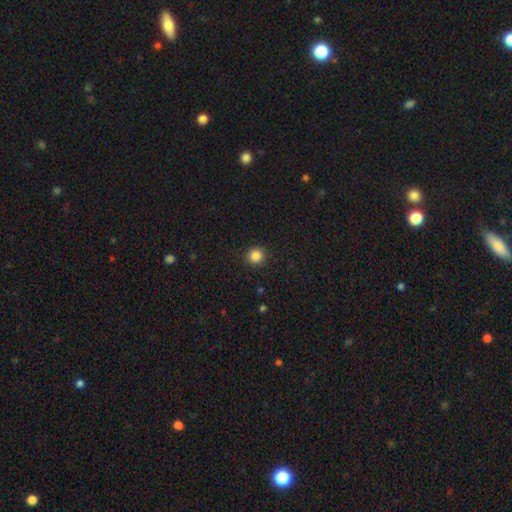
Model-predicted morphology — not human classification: Smooth or featured: smooth — 85% (star or artifact — 11%)
How rounded: round — 94% (in between — 5%)
Merging: none — 92% (minor disturbance — 5%)